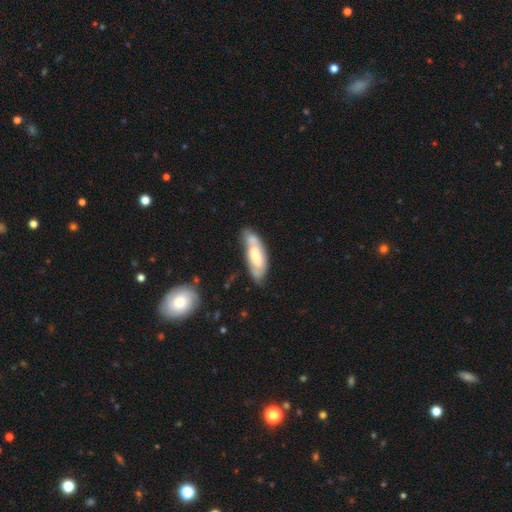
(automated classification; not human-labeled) A smooth galaxy with no disk features (47%, tied with featured or disk).

Vote fractions:
- Smooth or featured? smooth: 47% (tied) / featured or disk: 47% (tied) / star or artifact: 6%
- Merging? none: 49% / minor disturbance: 27% / merger: 13% / major disturbance: 10%